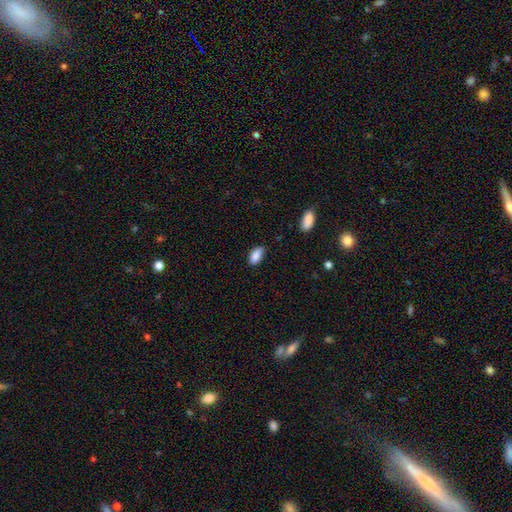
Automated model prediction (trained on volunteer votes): smooth 88%, star or artifact 7%, featured or disk 4%. Down the decision tree: how rounded — in between (92%); merging — none (80%).